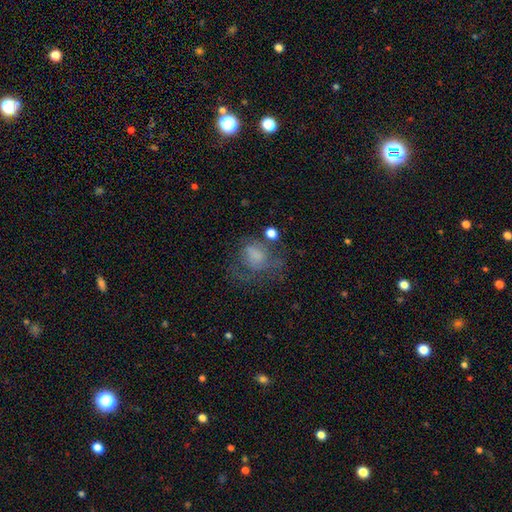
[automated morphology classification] Overall: smooth (50%; featured or disk 36%). How rounded: round (52%; in between 47%). Merging: major disturbance (40%; none 33%).